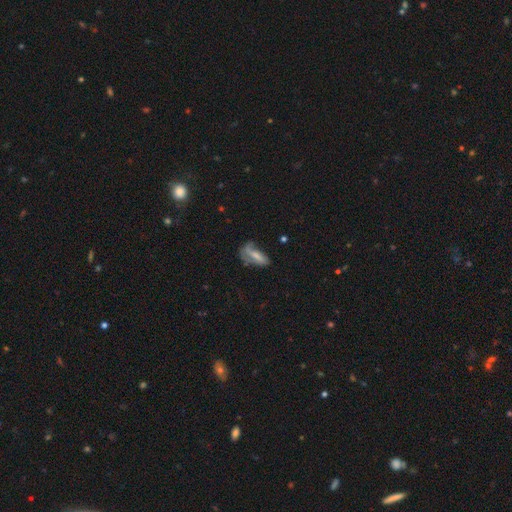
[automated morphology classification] smooth_or_featured: smooth (p=0.54) [alt: featured or disk p=0.36]
how_rounded: in between (p=0.67) [alt: cigar-shaped p=0.30]
merging: none (p=0.35) [alt: major disturbance p=0.30]